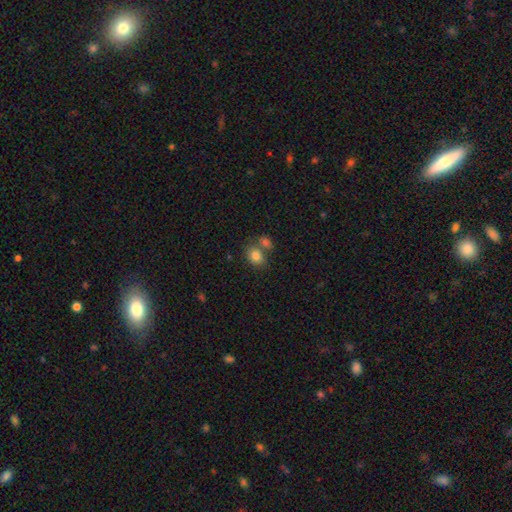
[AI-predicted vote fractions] Q: Smooth or featured?
A: smooth (82%); runner-up: star or artifact (10%)
Q: How rounded?
A: round (50%); runner-up: in between (49%)
Q: Merging?
A: none (48%); runner-up: merger (36%)